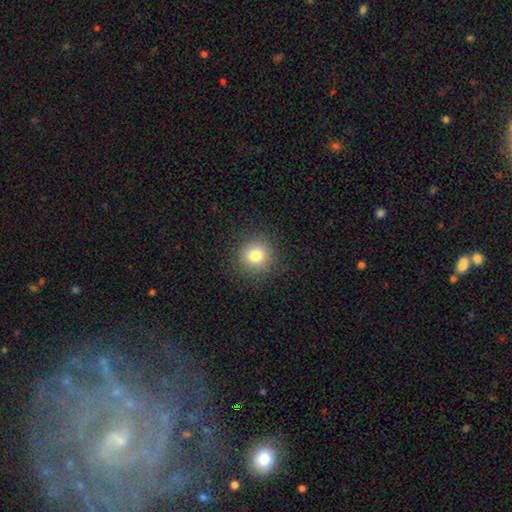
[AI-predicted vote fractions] smooth_or_featured: smooth (p=0.79) [alt: star or artifact p=0.13]
how_rounded: round (p=0.93) [alt: in between p=0.06]
merging: none (p=0.90) [alt: minor disturbance p=0.06]